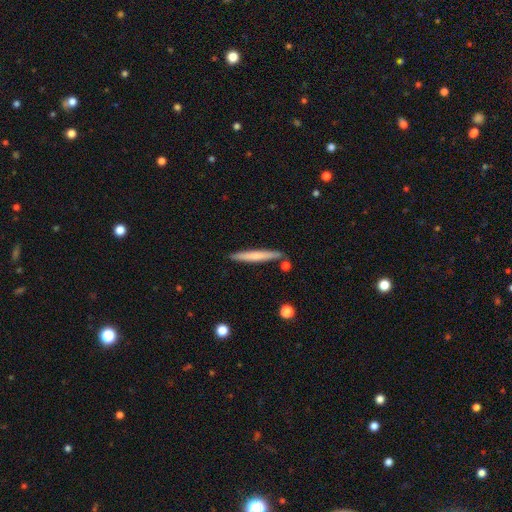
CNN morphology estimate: Smooth or featured? smooth (64%)
How rounded? cigar-shaped (96%)
Merging? none (86%)